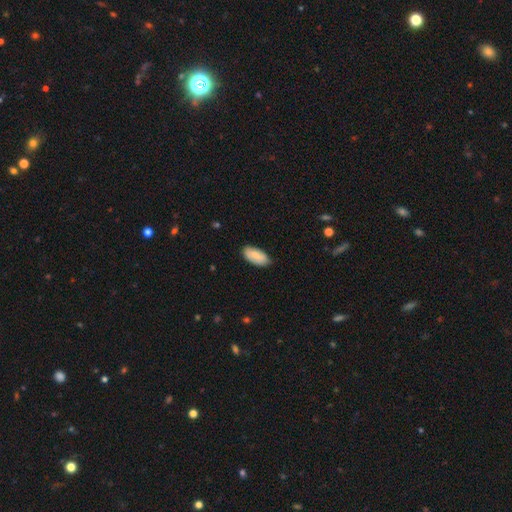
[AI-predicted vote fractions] smooth_or_featured: smooth (p=0.79) [alt: featured or disk p=0.15]
how_rounded: in between (p=0.92) [alt: cigar-shaped p=0.06]
merging: none (p=0.81) [alt: minor disturbance p=0.15]